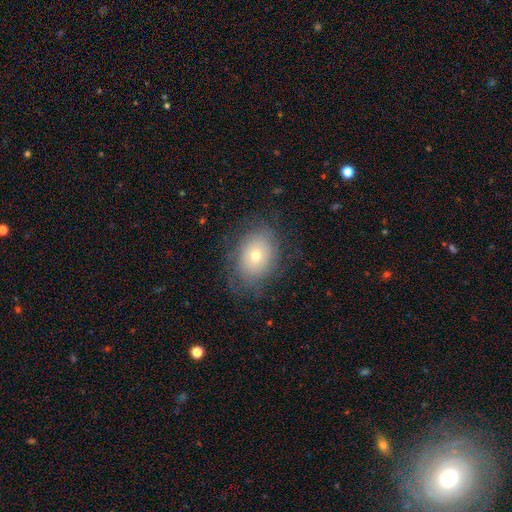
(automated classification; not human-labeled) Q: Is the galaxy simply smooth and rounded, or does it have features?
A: smooth — 56%.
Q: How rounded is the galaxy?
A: in between — 68%.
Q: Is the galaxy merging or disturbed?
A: none — 74%.